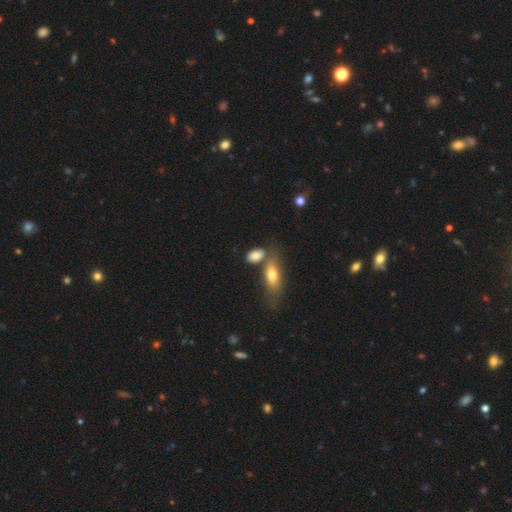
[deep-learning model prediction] smooth 80%, featured or disk 13%, star or artifact 7%. Down the decision tree: how rounded — in between (86%); merging — none (48%).